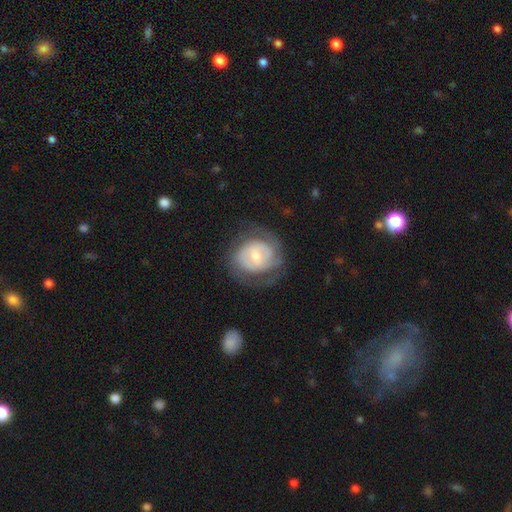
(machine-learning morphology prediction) This is likely a featured or disk galaxy (72%). It is clearly not viewed edge-on (97%). Bar: possibly weak (50%). Spiral arm pattern: clearly yes (85%). Spiral arm count: possibly 2 (48%). Spiral winding: possibly tight (55%). Central bulge: possibly moderate (45%, tied with small). Merging: likely none (64%).